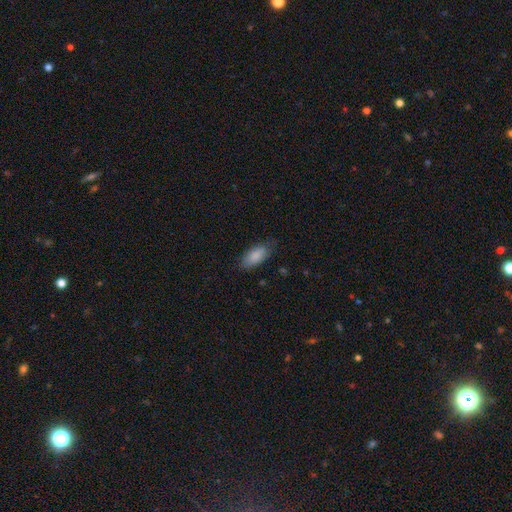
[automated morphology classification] Smooth or featured? Predicted: smooth (p=0.86). How rounded? Predicted: in between (p=0.88). Merging? Predicted: none (p=0.76).